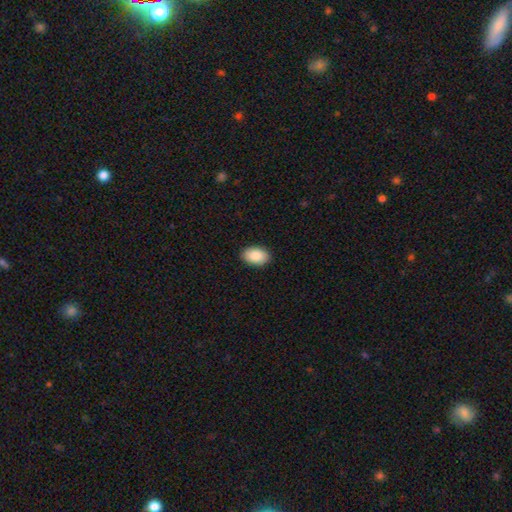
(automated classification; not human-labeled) Q: Smooth or featured?
A: smooth (88%); runner-up: star or artifact (6%)
Q: How rounded?
A: in between (91%); runner-up: round (8%)
Q: Merging?
A: none (90%); runner-up: minor disturbance (8%)